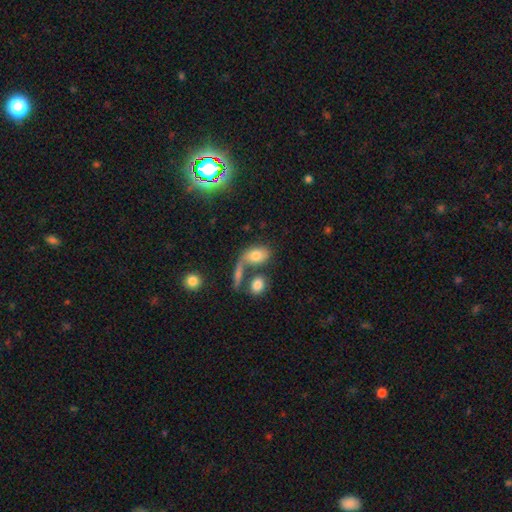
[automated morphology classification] Smooth or featured: smooth — 70% (featured or disk — 20%)
How rounded: in between — 84% (round — 12%)
Merging: none — 38% (merger — 37%)